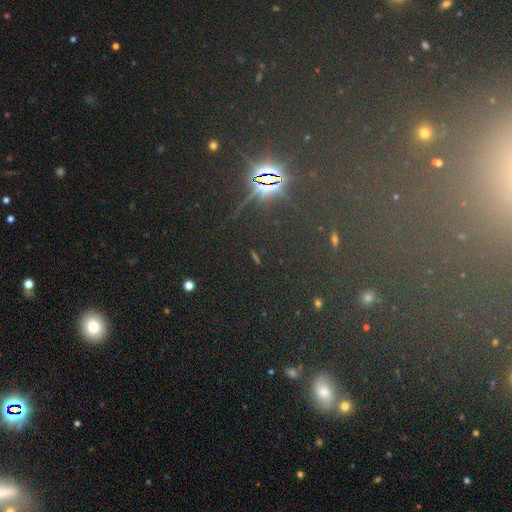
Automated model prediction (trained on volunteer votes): This appears to be a star or artifact, not a galaxy (76%).